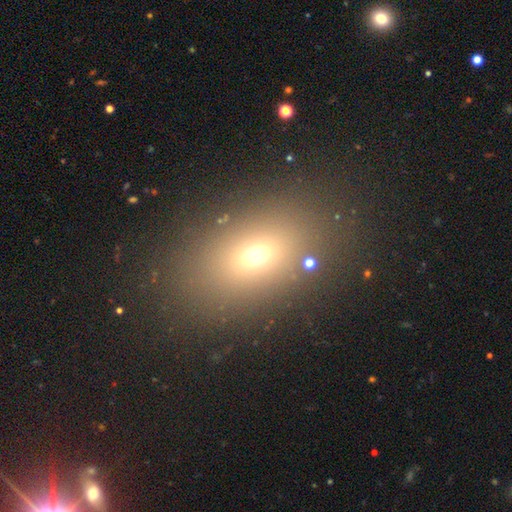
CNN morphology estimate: Q: Smooth or featured?
A: smooth (65%); runner-up: star or artifact (22%)
Q: How rounded?
A: in between (75%); runner-up: round (23%)
Q: Merging?
A: none (83%); runner-up: minor disturbance (9%)